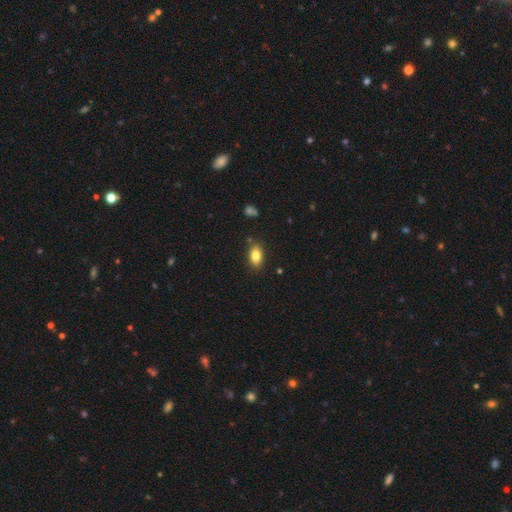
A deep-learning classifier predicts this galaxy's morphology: Overall: smooth (83%). How rounded: in between (88%). Merging: none (85%).